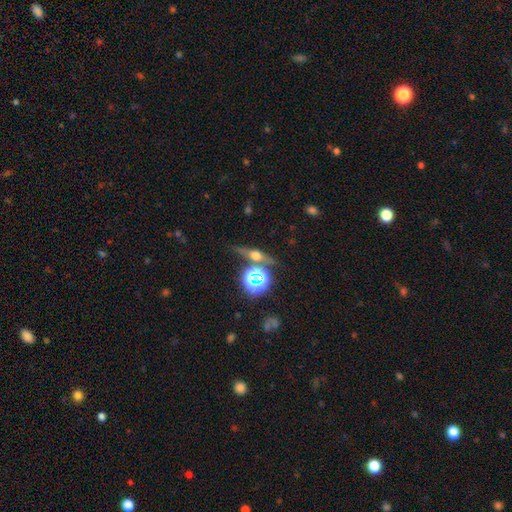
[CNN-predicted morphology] featured or disk 51%, smooth 26%, star or artifact 23%. Down the decision tree: edge-on disk — yes (88%); merging — none (76%).